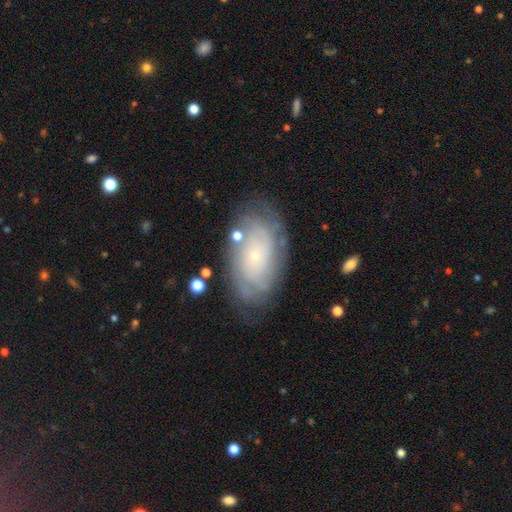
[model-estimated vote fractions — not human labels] This is likely a featured or disk galaxy (70%). It is clearly not viewed edge-on (94%). Bar: clearly no (85%). Spiral arm pattern: clearly yes (85%). Spiral arm count: possibly can't tell (55%). Spiral winding: likely tight (75%). Central bulge: clearly small (85%). Merging: likely none (76%).